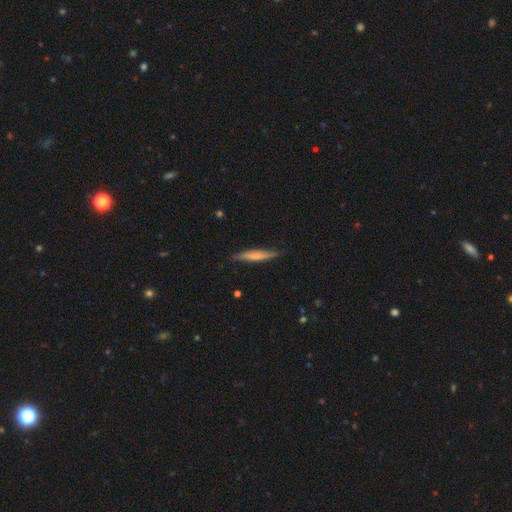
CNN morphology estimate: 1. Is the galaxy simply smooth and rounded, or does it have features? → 59% smooth, 36% featured or disk, 6% star or artifact.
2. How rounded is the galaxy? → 92% cigar-shaped, 7% in between, 1% round.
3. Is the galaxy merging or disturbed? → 81% none, 15% minor disturbance, 3% major disturbance, 1% merger.